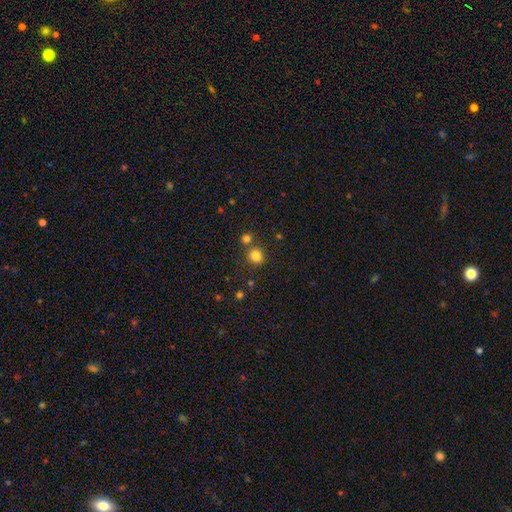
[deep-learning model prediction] A smooth galaxy with no disk features (81%) that is round (71%). Merging: none (67%).